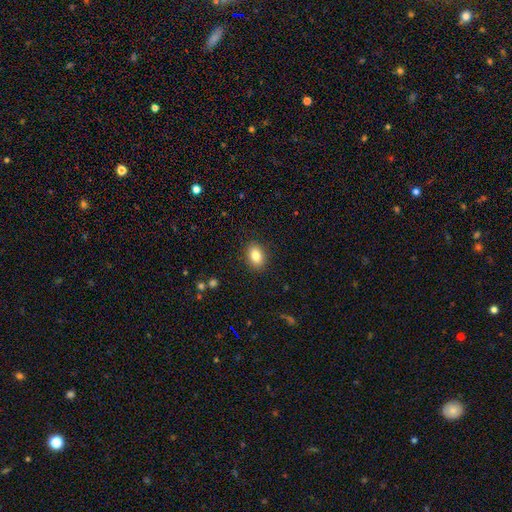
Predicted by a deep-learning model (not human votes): Smooth or featured? smooth (84%)
How rounded? in between (73%)
Merging? none (89%)